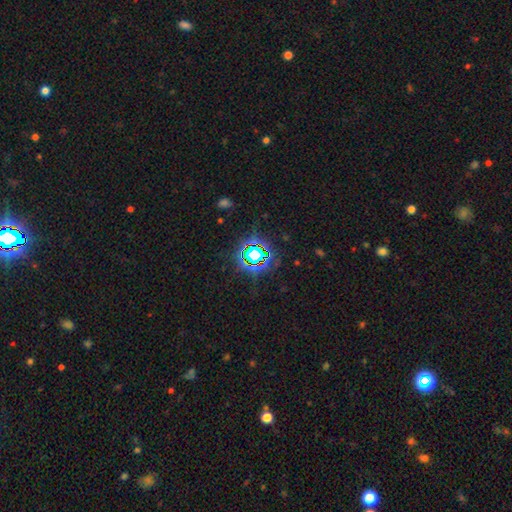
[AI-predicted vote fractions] Overall: star or artifact (75%).